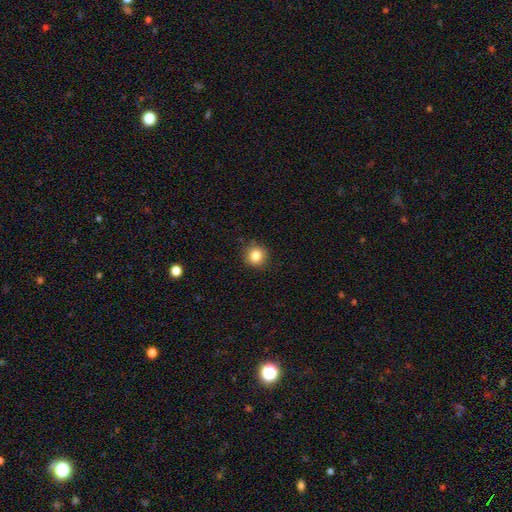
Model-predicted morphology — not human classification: This is clearly a smooth galaxy (84%). How rounded: clearly round (91%). Merging: clearly none (89%).